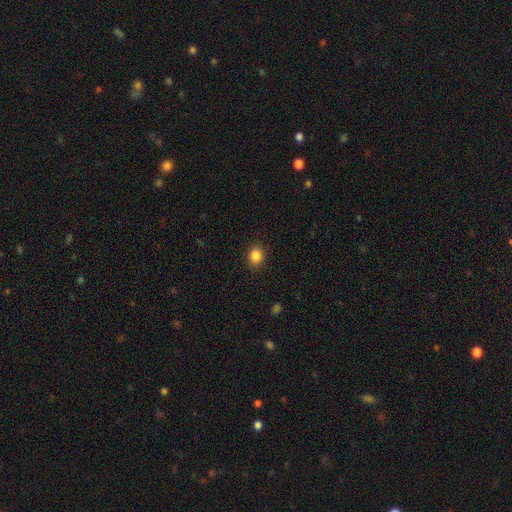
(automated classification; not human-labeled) smooth 86%, star or artifact 10%, featured or disk 4%. Down the decision tree: how rounded — round (62%); merging — none (89%).